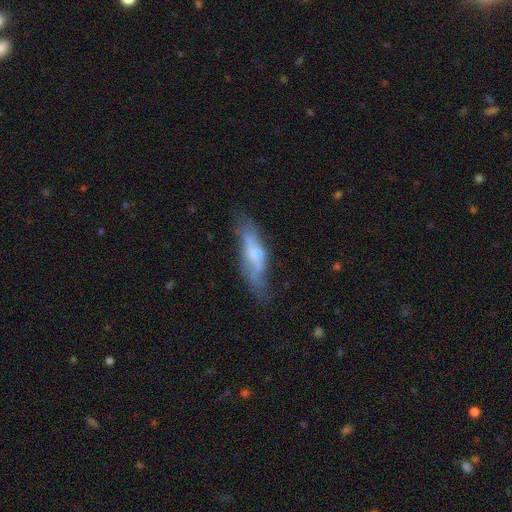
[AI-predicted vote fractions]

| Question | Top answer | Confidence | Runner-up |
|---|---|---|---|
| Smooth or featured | featured or disk | 52% | smooth (40%) |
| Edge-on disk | no | 58% | yes (42%) |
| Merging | none | 51% | minor disturbance (27%) |